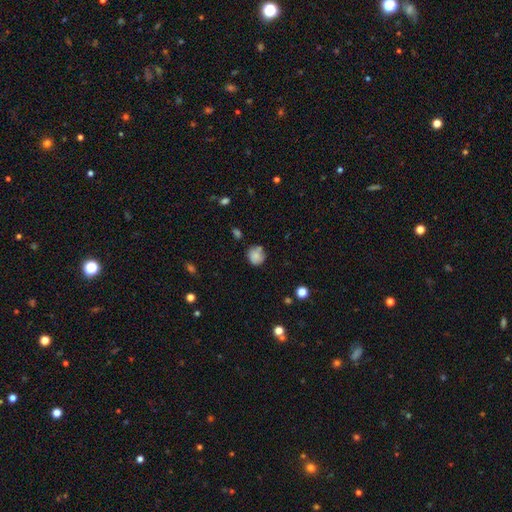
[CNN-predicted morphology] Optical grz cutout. It shows a smooth galaxy with no disk features (79%) that is round (83%). Merging: none (64%).